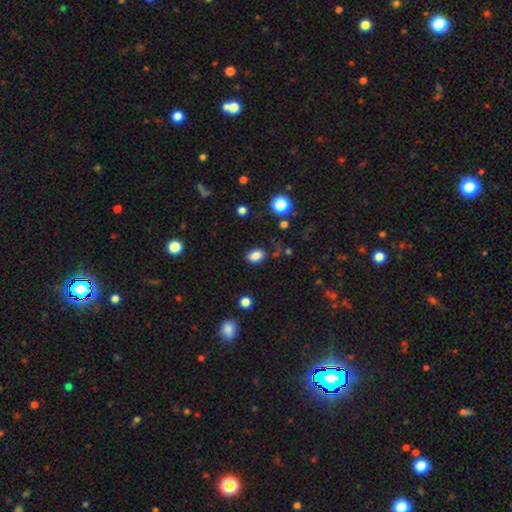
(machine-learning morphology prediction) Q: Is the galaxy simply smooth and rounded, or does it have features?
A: smooth — 84%.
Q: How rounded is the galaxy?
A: in between — 79%.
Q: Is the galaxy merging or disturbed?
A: none — 78%.